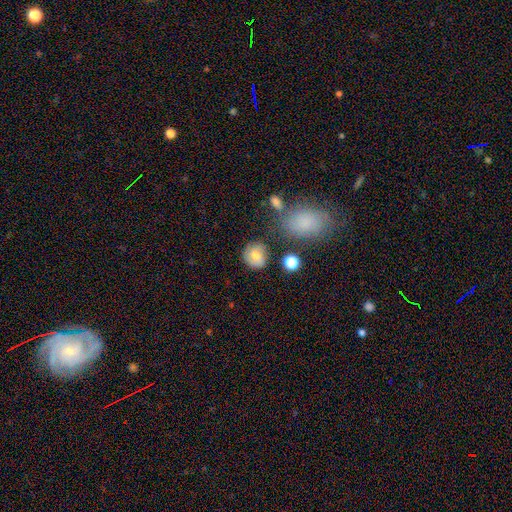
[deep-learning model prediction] Smooth or featured? Predicted: smooth (p=0.63). How rounded? Predicted: round (p=0.81). Merging? Predicted: none (p=0.73).